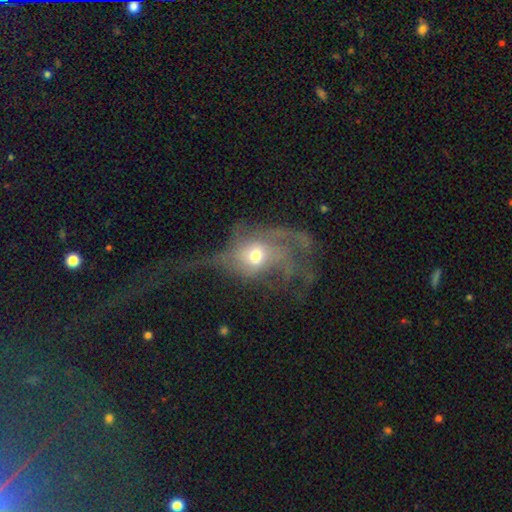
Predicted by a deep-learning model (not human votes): This is possibly a featured or disk galaxy (58%). It is clearly not viewed edge-on (90%). Bar: likely no (79%). Spiral arm pattern: possibly no (54%). Central bulge: likely moderate (61%). Merging: possibly major disturbance (59%).